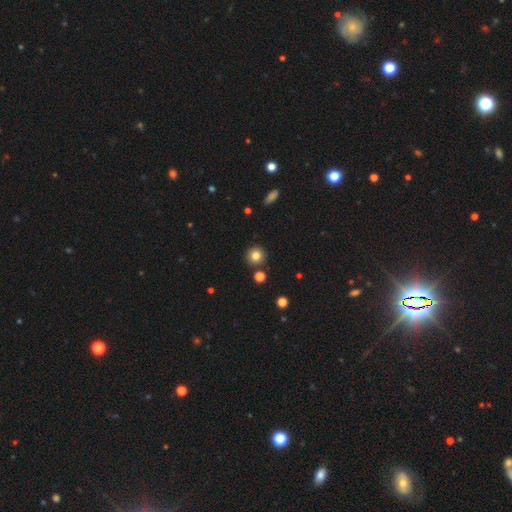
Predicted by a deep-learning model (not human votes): This is clearly a smooth galaxy (81%). How rounded: clearly round (94%). Merging: clearly none (88%).